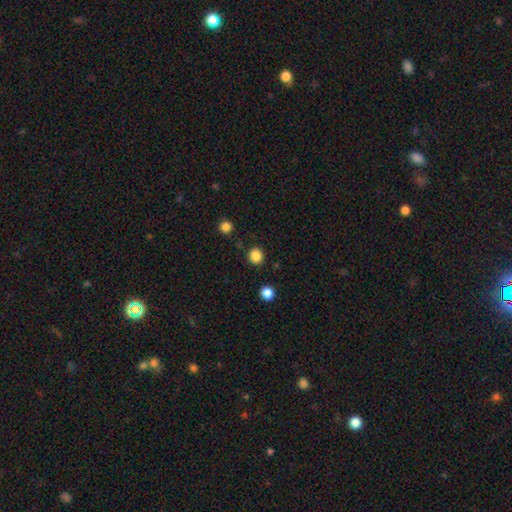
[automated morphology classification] Smooth or featured? Predicted: smooth (p=0.86). How rounded? Predicted: round (p=0.85). Merging? Predicted: none (p=0.89).